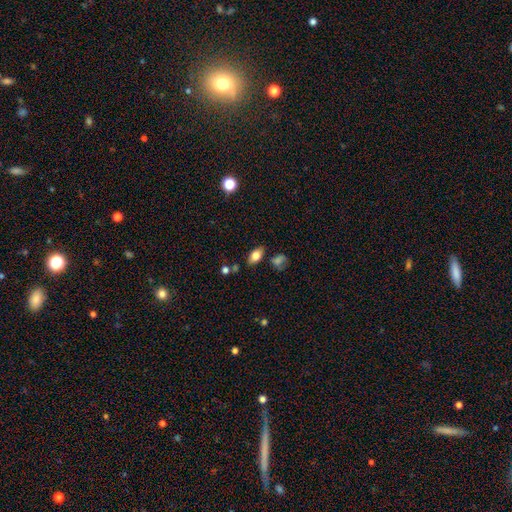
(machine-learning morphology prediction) Smooth or featured: smooth — 77% (featured or disk — 15%)
How rounded: in between — 88% (round — 8%)
Merging: none — 78% (minor disturbance — 13%)